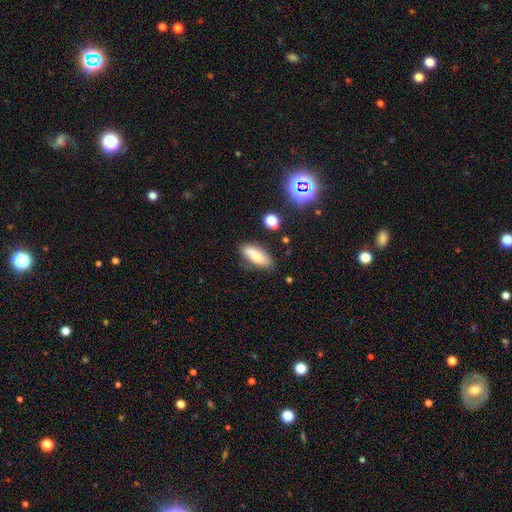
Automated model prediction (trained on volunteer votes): The model was most divided on "how rounded": in between: 73%, cigar-shaped: 25%, round: 3%. More confident: smooth or featured — smooth (73%); merging — none (72%).